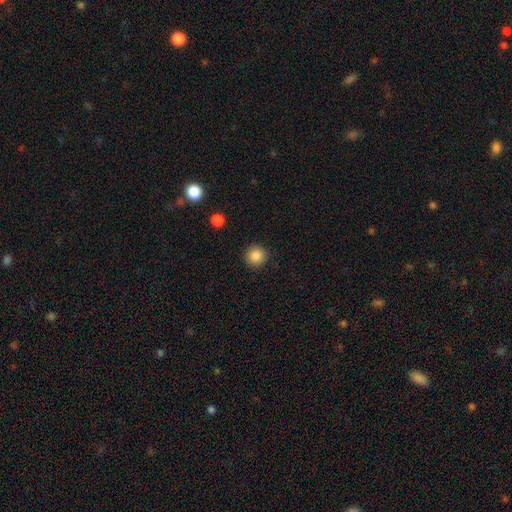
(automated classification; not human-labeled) A smooth galaxy with no disk features (87%) that is round (94%).

Vote fractions:
- Smooth or featured? smooth: 87% / star or artifact: 10% / featured or disk: 4%
- How rounded? round: 94% / in between: 5% / cigar-shaped: 1%
- Merging? none: 91% / minor disturbance: 6% / major disturbance: 2% / merger: 1%